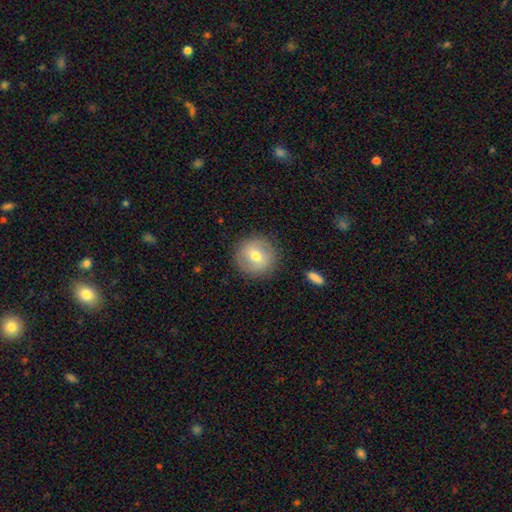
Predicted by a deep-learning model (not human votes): This is likely a smooth galaxy (61%). How rounded: clearly round (93%). Merging: clearly none (87%).